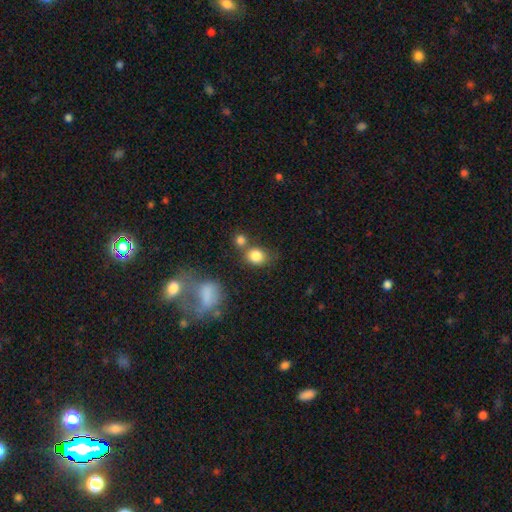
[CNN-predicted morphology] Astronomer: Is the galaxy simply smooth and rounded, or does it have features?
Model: smooth — 83%.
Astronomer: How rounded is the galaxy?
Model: round — 61% (runner-up: in between, 38%).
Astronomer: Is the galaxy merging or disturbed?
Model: none — 54%.